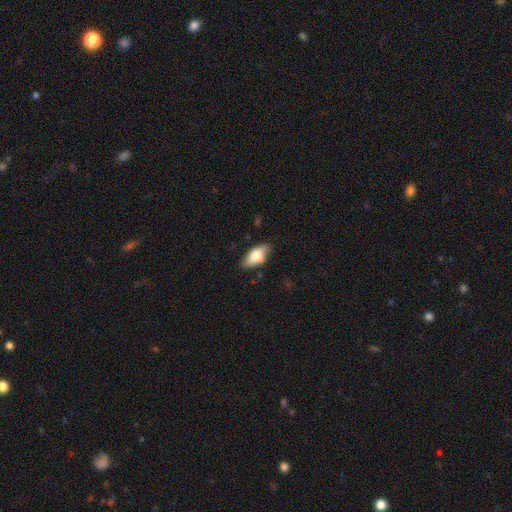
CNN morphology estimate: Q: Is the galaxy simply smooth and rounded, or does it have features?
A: smooth — 77%.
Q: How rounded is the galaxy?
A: in between — 88%.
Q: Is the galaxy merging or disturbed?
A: none — 82%.